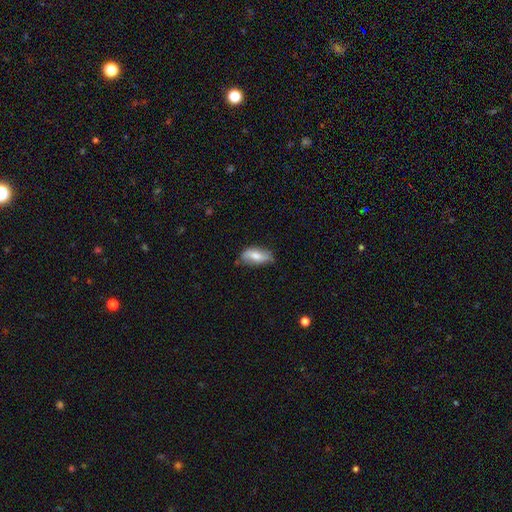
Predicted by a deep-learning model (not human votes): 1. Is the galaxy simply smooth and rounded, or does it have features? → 64% smooth, 29% featured or disk, 7% star or artifact.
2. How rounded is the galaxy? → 86% in between, 10% cigar-shaped, 4% round.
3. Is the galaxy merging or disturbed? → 67% none, 26% minor disturbance, 5% major disturbance, 2% merger.